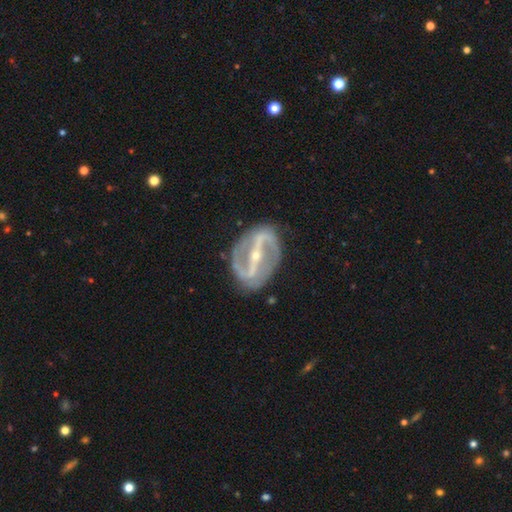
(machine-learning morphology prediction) This appears to be a featured or disk galaxy (90%) with a strong bar (82%), 2 (91%) medium (43%) spiral arms (87%) and a small central bulge (71%). Merging: none (84%).